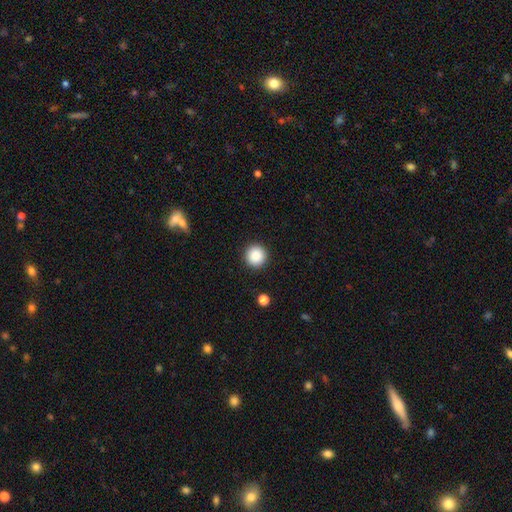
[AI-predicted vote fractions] smooth-or-featured: smooth: 88% | star or artifact: 9% | featured or disk: 4%
  how-rounded: round: 96% | in between: 4% | cigar-shaped: 1%
  merging: none: 92% | minor disturbance: 5% | major disturbance: 2% | merger: 1%